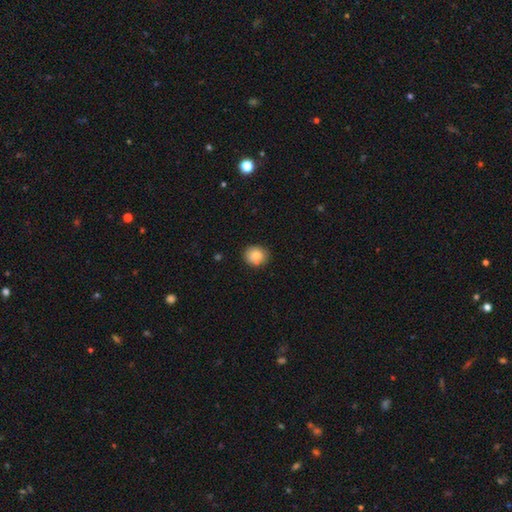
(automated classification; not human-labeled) This is clearly a smooth galaxy (83%). How rounded: likely round (77%). Merging: likely none (79%).